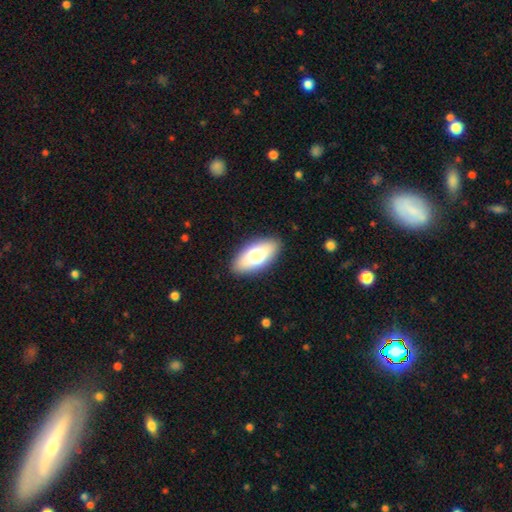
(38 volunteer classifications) Volunteers were most divided on "smooth or featured": smooth: 55%, featured or disk: 39%, star or artifact: 5%. More confident: merging — none (86%); how rounded — in between (76%).